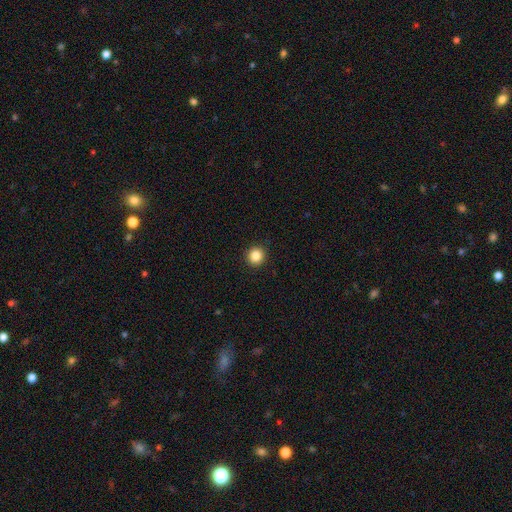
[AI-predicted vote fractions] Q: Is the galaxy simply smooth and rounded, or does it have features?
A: smooth — 86%.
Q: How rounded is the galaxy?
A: round — 94%.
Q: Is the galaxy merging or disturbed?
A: none — 93%.